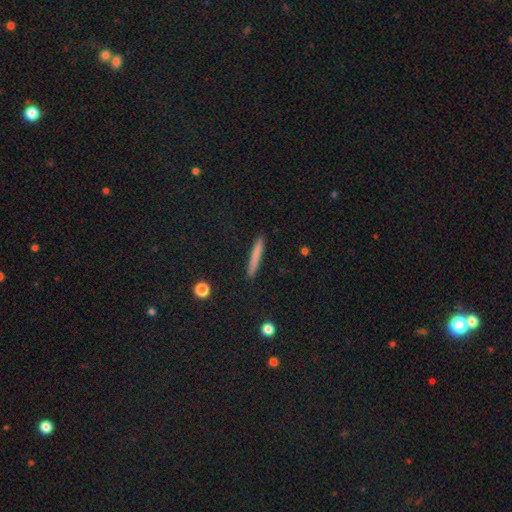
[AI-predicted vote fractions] Overall: smooth (74%). How rounded: cigar-shaped (96%). Merging: none (91%).